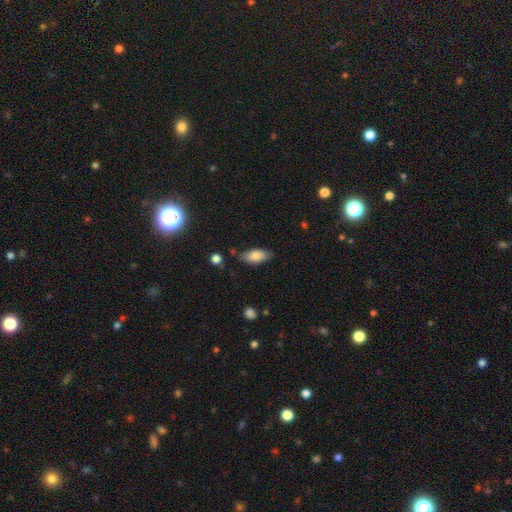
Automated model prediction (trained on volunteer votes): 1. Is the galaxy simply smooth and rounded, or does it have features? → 82% smooth, 11% featured or disk, 7% star or artifact.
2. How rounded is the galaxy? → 87% in between, 11% cigar-shaped, 3% round.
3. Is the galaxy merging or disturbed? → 77% none, 17% minor disturbance, 3% major disturbance, 3% merger.